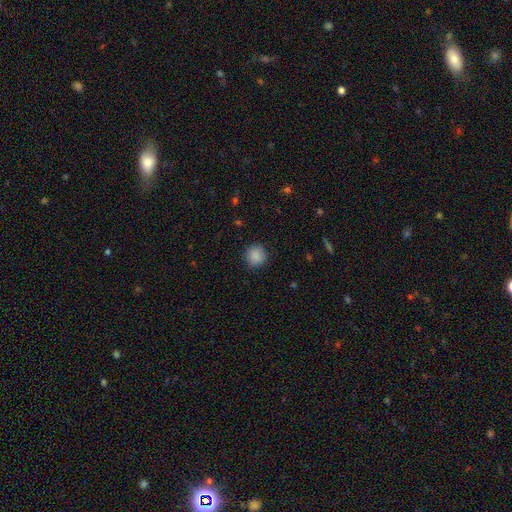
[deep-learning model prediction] Smooth or featured: smooth — 88% (star or artifact — 9%)
How rounded: round — 92% (in between — 7%)
Merging: none — 90% (minor disturbance — 7%)